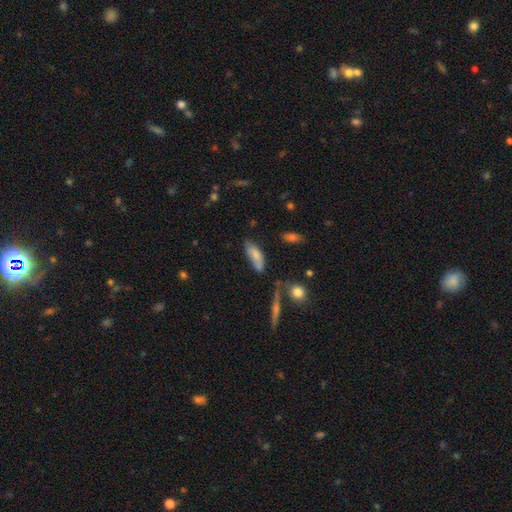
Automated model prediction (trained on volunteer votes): smooth-or-featured: smooth: 76% | featured or disk: 17% | star or artifact: 8%
  how-rounded: in between: 74% | cigar-shaped: 24% | round: 2%
  merging: none: 51% | minor disturbance: 30% | major disturbance: 10% | merger: 9%